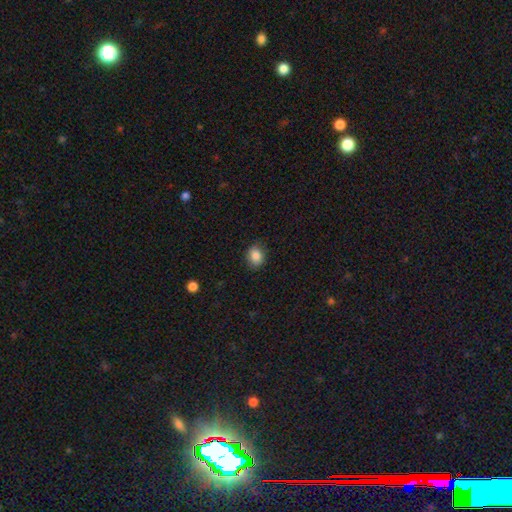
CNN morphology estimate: Q: Smooth or featured?
A: smooth (86%); runner-up: star or artifact (9%)
Q: How rounded?
A: in between (51%); runner-up: round (48%)
Q: Merging?
A: none (82%); runner-up: minor disturbance (14%)